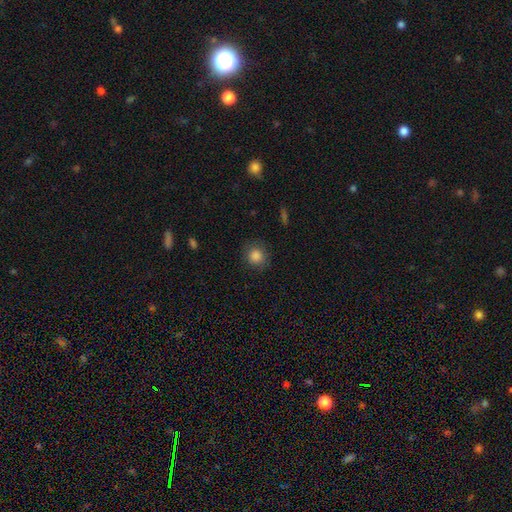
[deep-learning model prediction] smooth_or_featured: smooth (p=0.85) [alt: star or artifact p=0.10]
how_rounded: round (p=0.87) [alt: in between p=0.12]
merging: none (p=0.85) [alt: minor disturbance p=0.11]